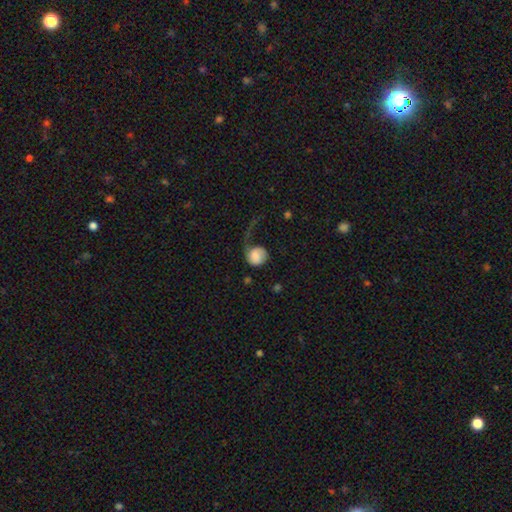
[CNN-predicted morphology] Overall: smooth (63%; featured or disk 30%). How rounded: round (79%). Merging: major disturbance (51%; none 27%).